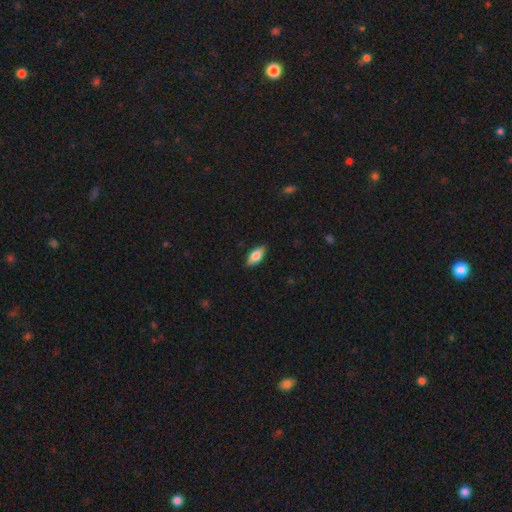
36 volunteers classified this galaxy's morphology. smooth_or_featured: smooth (p=0.50) [alt: featured or disk p=0.44]
how_rounded: in between (p=0.72) [alt: cigar-shaped p=0.28]
merging: none (p=0.85) [alt: minor disturbance p=0.09]